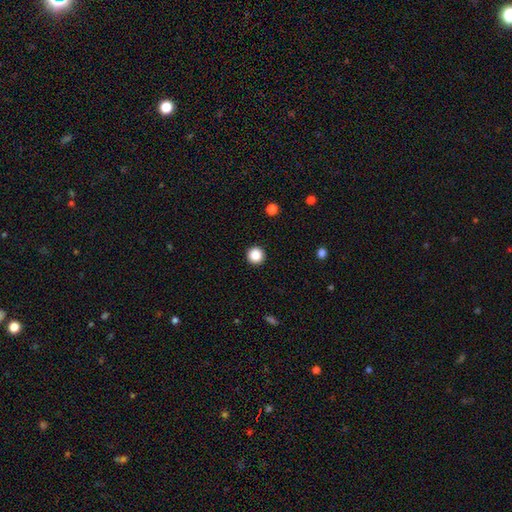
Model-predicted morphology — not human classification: smooth 87%, star or artifact 10%, featured or disk 3%. Down the decision tree: how rounded — round (96%); merging — none (93%).